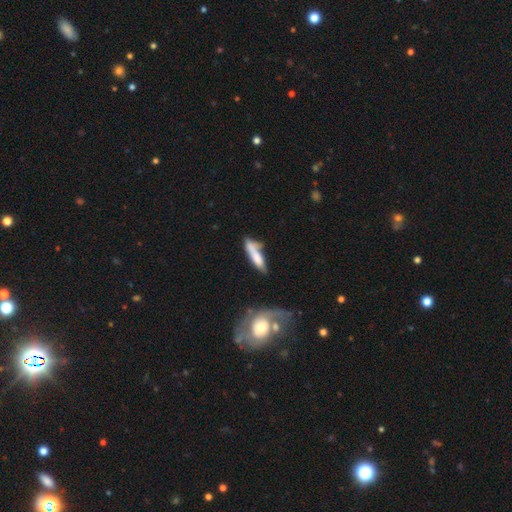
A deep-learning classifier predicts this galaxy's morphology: smooth_or_featured: smooth (p=0.69) [alt: featured or disk p=0.24]
how_rounded: cigar-shaped (p=0.74) [alt: in between p=0.24]
merging: none (p=0.42) [alt: minor disturbance p=0.25]